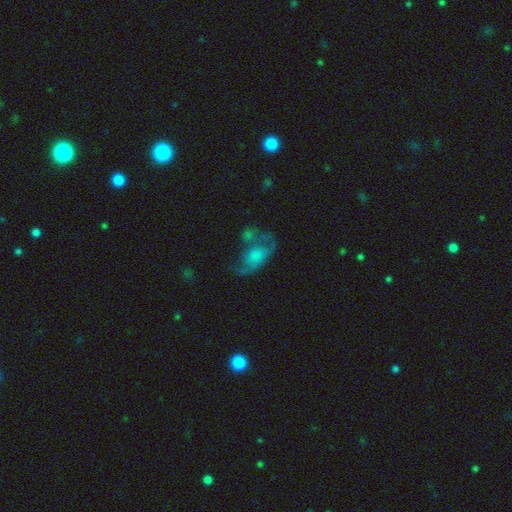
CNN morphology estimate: Smooth or featured: featured or disk — 45% (smooth — 44%)
Merging: major disturbance — 32% (none — 27%)